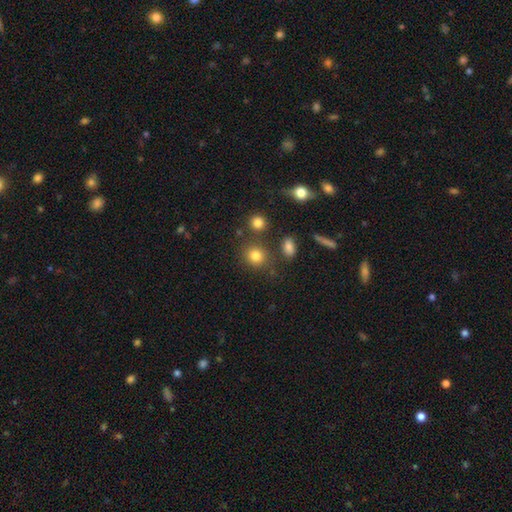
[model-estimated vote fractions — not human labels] This is clearly a smooth galaxy (81%). How rounded: clearly round (81%). Merging: likely none (76%).